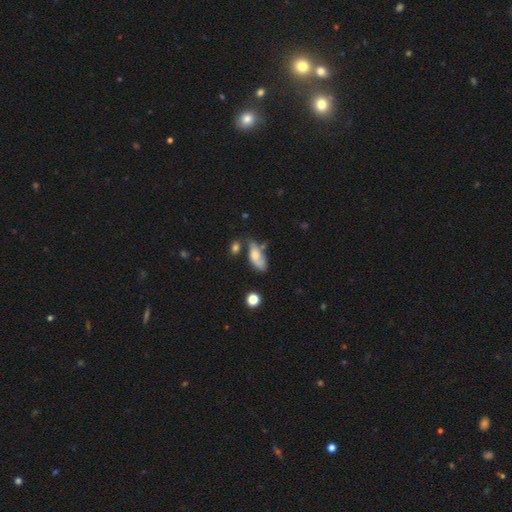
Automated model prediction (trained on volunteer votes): Overall: smooth (55%; featured or disk 36%). How rounded: in between (81%). Merging: none (44%; minor disturbance 28%).